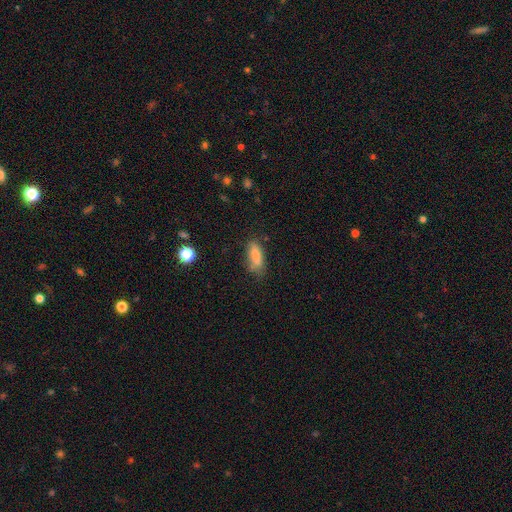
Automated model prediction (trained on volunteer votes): A smooth galaxy with no disk features (79%) that is in between round and cigar-shaped (63%). Merging: none (59%).